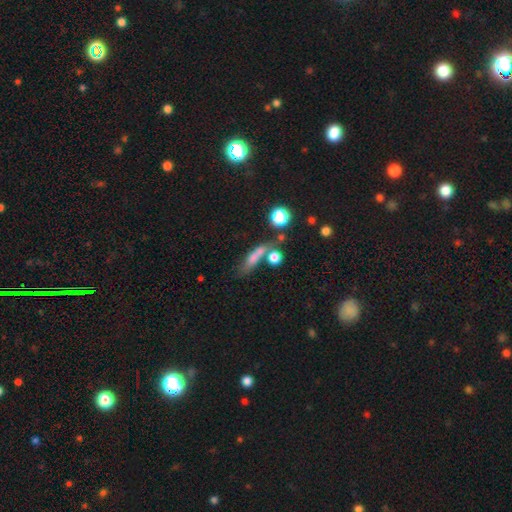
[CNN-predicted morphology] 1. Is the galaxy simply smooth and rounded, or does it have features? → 67% smooth, 20% featured or disk, 14% star or artifact.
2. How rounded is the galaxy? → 54% cigar-shaped, 29% in between, 16% round.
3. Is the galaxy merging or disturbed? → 46% none, 27% merger, 15% minor disturbance, 11% major disturbance.